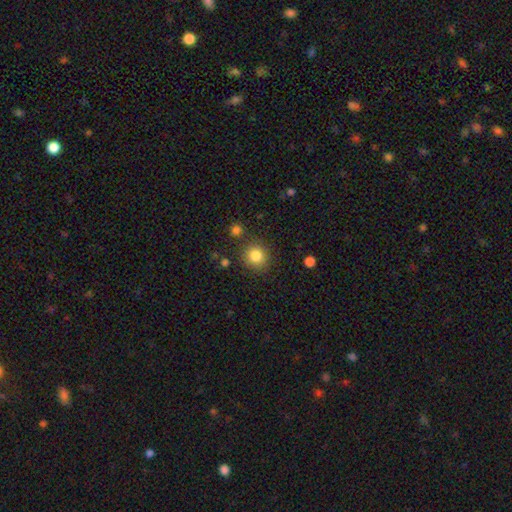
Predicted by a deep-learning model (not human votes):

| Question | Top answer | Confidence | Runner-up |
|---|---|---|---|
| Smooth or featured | smooth | 84% | star or artifact (11%) |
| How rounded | round | 90% | in between (9%) |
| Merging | none | 84% | minor disturbance (8%) |